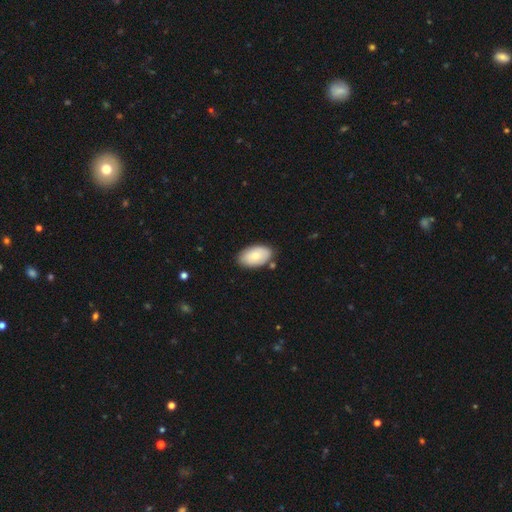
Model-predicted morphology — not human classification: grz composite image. It shows a smooth galaxy with no disk features (76%) that is in between round and cigar-shaped (94%). Merging: none (81%).